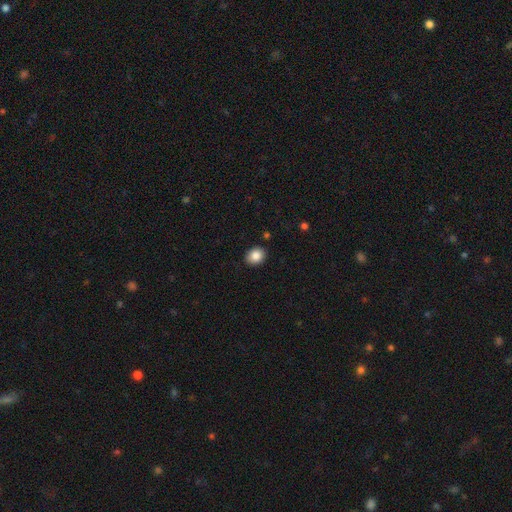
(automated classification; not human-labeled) smooth-or-featured: smooth: 86% | star or artifact: 9% | featured or disk: 6%
  how-rounded: round: 51% | in between: 48% | cigar-shaped: 1%
  merging: none: 89% | minor disturbance: 8% | major disturbance: 2% | merger: 1%